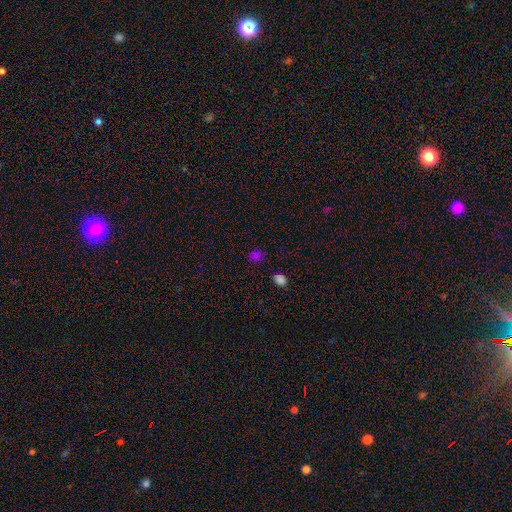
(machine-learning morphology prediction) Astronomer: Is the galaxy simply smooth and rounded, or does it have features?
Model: smooth — 71%.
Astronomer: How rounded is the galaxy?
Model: round — 64%.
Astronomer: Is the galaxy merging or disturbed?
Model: none — 80%.